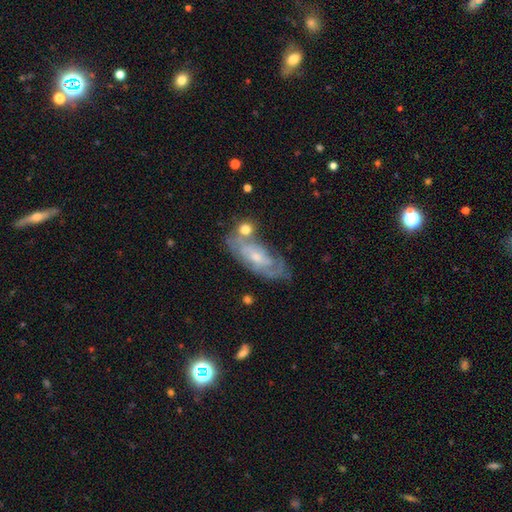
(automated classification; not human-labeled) A featured or disk galaxy (74%) with no bar (57%), tight (57%) spiral arms (86%) and a small central bulge (60%).

Vote fractions:
- Smooth or featured? featured or disk: 74% / smooth: 19% / star or artifact: 7%
- Edge-on disk? no: 89% / yes: 11%
- Bar? no: 57% / weak: 35% / strong: 8%
- Spiral arms? yes: 86% / no: 14%
- Spiral winding? tight: 57% / medium: 33% / loose: 10%
- Spiral arm count? can't tell: 43% / 2: 37% / 3: 8% / 1: 6% / 4: 3% / more than 4: 3%
- Bulge size? small: 60% / moderate: 33% / none: 4% / large: 2% / dominant: 1%
- Merging? none: 58% / minor disturbance: 20% / merger: 13% / major disturbance: 9%